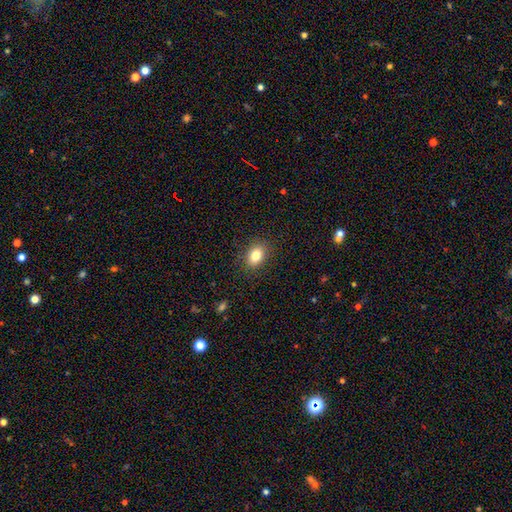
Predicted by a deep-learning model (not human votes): A smooth galaxy with no disk features (82%) that is in between round and cigar-shaped (74%). Merging: none (88%).